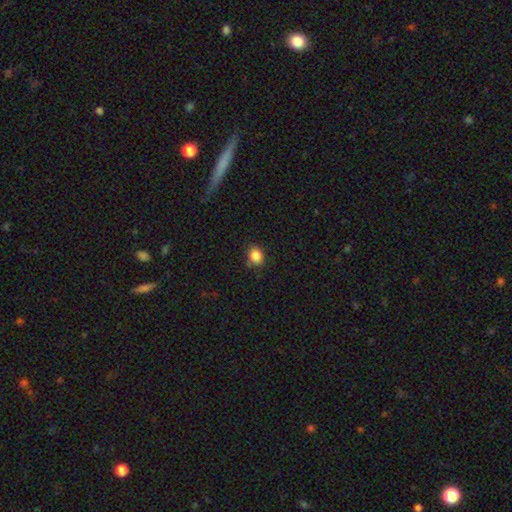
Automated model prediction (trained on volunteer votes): The model was most divided on "how rounded": round: 57%, in between: 42%, cigar-shaped: 1%. More confident: smooth or featured — smooth (85%); merging — none (81%).